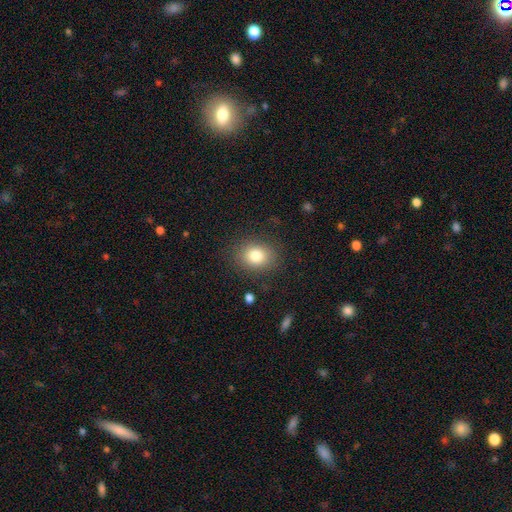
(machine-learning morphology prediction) The model was most divided on "how rounded": round: 52%, in between: 47%, cigar-shaped: 1%. More confident: merging — none (85%); smooth or featured — smooth (81%).